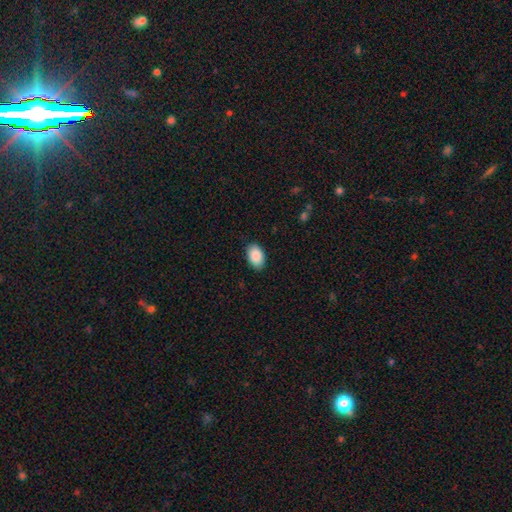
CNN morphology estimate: Smooth or featured? Predicted: smooth (p=0.90). How rounded? Predicted: in between (p=0.91). Merging? Predicted: none (p=0.88).